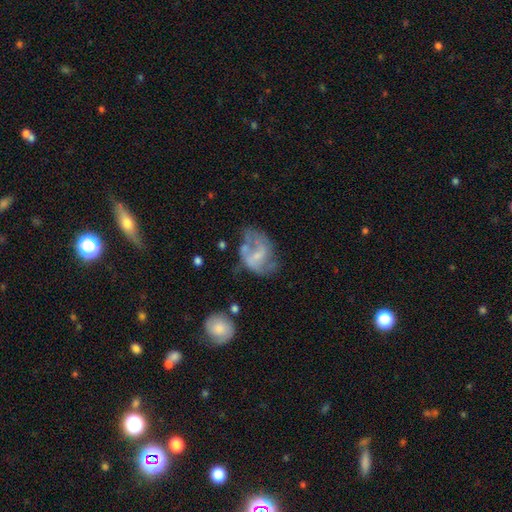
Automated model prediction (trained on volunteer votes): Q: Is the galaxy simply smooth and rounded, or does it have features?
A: featured or disk — 63%.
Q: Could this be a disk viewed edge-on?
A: no — 98%.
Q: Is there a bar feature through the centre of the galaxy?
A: no — 54%.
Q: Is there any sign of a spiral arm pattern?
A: yes — 54%.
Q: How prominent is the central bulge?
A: small — 49%.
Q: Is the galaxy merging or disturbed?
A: major disturbance — 33%.